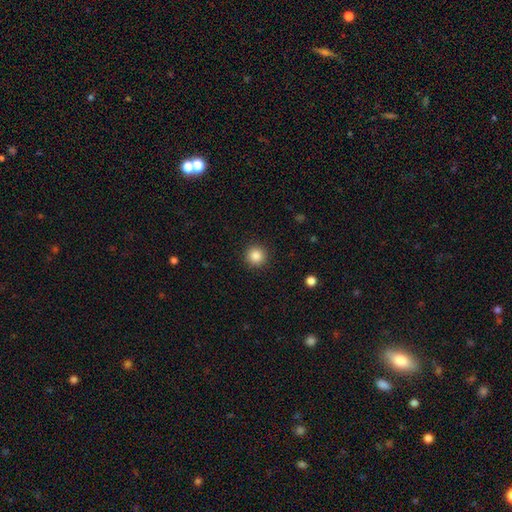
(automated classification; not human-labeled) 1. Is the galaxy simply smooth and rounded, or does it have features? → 86% smooth, 10% star or artifact, 4% featured or disk.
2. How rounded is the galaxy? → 95% round, 4% in between, 1% cigar-shaped.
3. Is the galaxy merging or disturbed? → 92% none, 5% minor disturbance, 2% major disturbance, 1% merger.